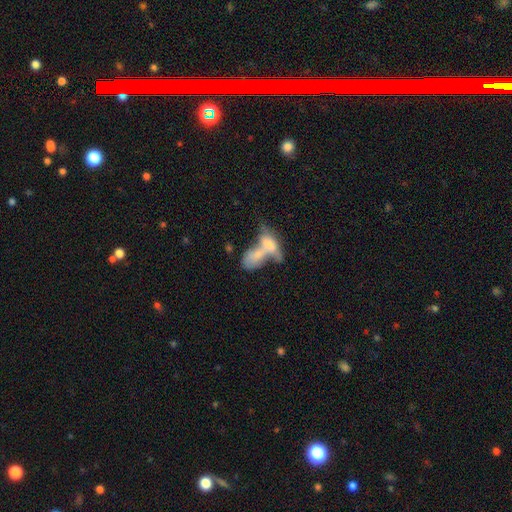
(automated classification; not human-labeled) This is likely a smooth galaxy (60%). How rounded: likely in between (79%). Merging: likely merger (74%).